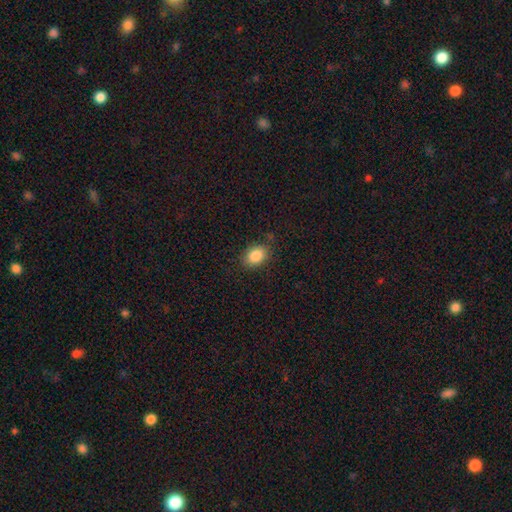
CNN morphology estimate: smooth_or_featured: smooth (p=0.85) [alt: star or artifact p=0.09]
how_rounded: in between (p=0.74) [alt: round p=0.25]
merging: none (p=0.83) [alt: minor disturbance p=0.12]